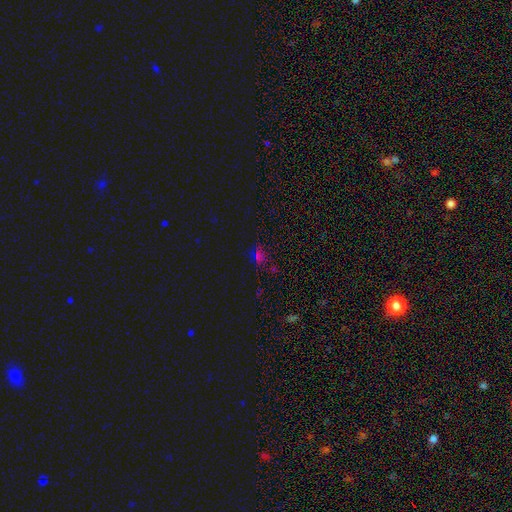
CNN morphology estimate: Q: Smooth or featured?
A: star or artifact (49%); runner-up: smooth (42%)